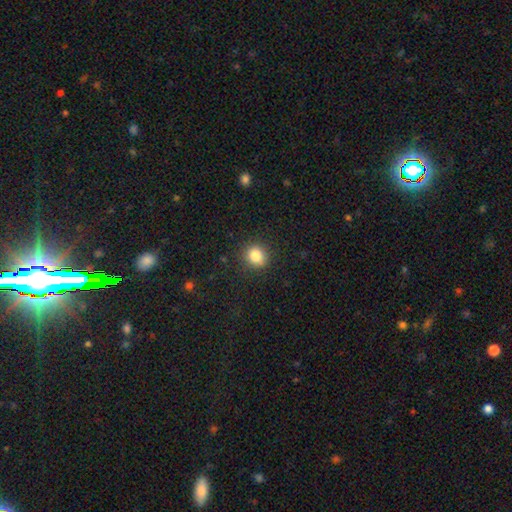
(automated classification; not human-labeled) A smooth galaxy with no disk features (84%) that is round (81%).

Vote fractions:
- Smooth or featured? smooth: 84% / star or artifact: 11% / featured or disk: 6%
- How rounded? round: 81% / in between: 18% / cigar-shaped: 1%
- Merging? none: 89% / minor disturbance: 8% / major disturbance: 3% / merger: 1%